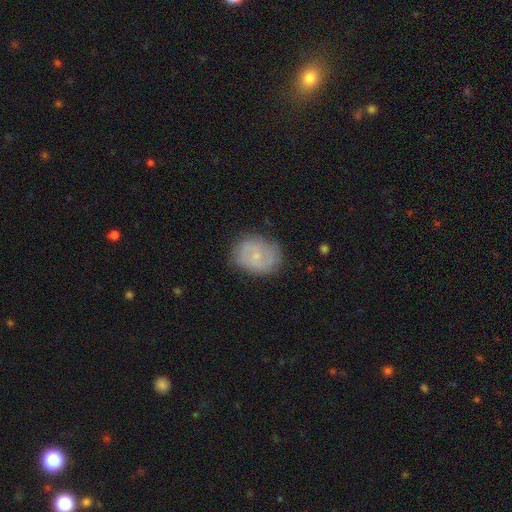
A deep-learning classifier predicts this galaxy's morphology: A featured or disk galaxy (50%). Merging: none (76%).